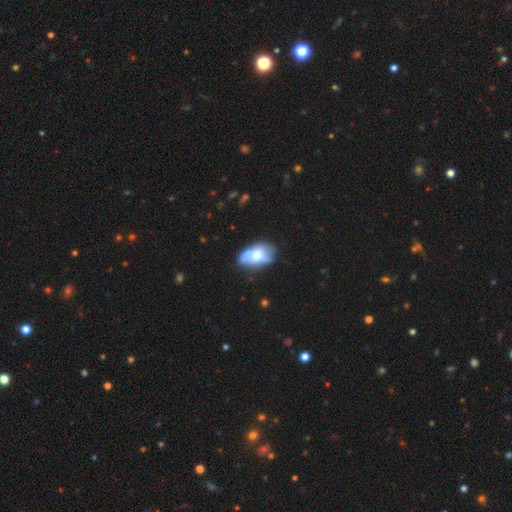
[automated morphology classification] A smooth galaxy with no disk features (56%) that is in between round and cigar-shaped (91%). Merging: none (53%).